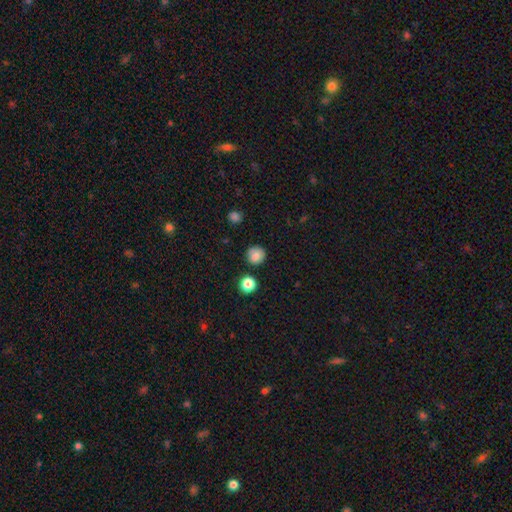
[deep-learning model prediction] A smooth galaxy with no disk features (83%) that is round (92%). Merging: none (85%).